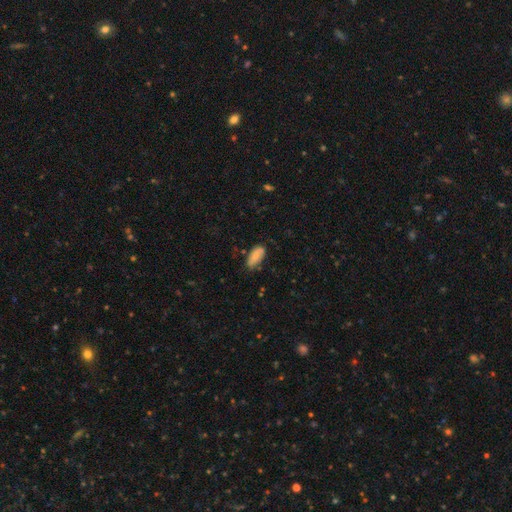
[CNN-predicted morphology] Smooth or featured? Predicted: smooth (p=0.78). How rounded? Predicted: in between (p=0.87). Merging? Predicted: none (p=0.67).